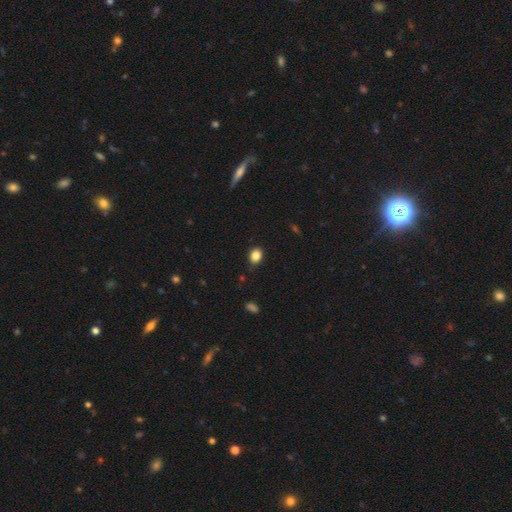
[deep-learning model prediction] smooth_or_featured: smooth (p=0.86) [alt: star or artifact p=0.10]
how_rounded: in between (p=0.62) [alt: round p=0.37]
merging: none (p=0.85) [alt: minor disturbance p=0.12]